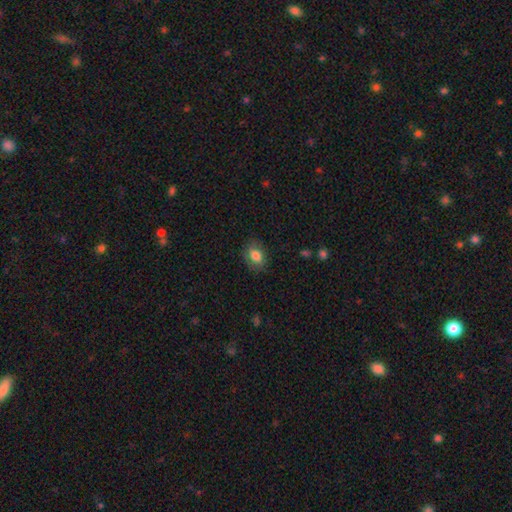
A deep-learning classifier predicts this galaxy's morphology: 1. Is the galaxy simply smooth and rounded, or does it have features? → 81% smooth, 11% featured or disk, 8% star or artifact.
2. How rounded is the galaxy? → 72% in between, 26% round, 1% cigar-shaped.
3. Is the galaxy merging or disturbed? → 79% none, 16% minor disturbance, 4% major disturbance, 1% merger.